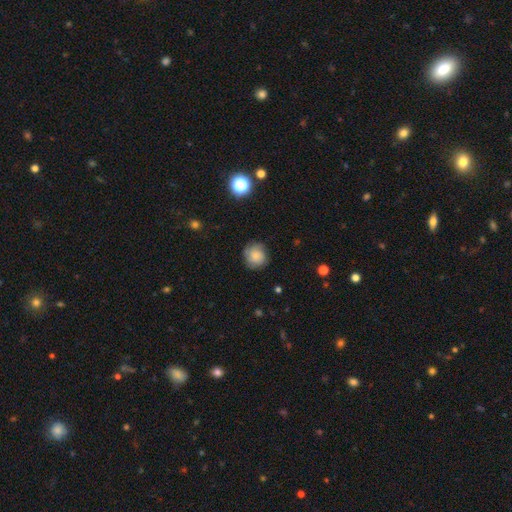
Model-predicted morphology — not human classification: Smooth or featured?
  - smooth: 62% *
  - featured or disk: 28%
  - star or artifact: 10%
How rounded?
  - round: 89% *
  - in between: 10%
  - cigar-shaped: 1%
Merging?
  - none: 78% *
  - minor disturbance: 16%
  - major disturbance: 5%
  - merger: 1%